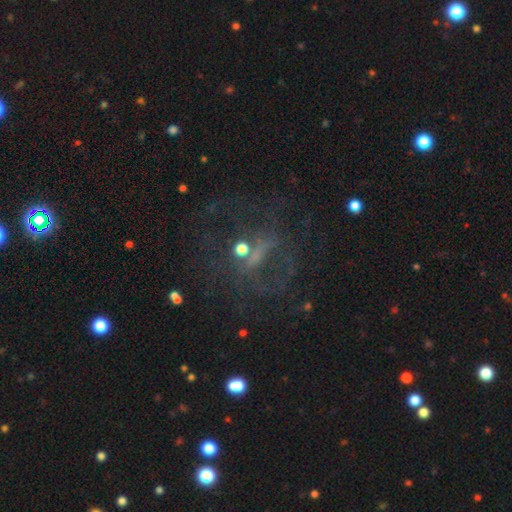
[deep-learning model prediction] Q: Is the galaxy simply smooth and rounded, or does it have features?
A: featured or disk — 49%.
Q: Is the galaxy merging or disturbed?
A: none — 56%.